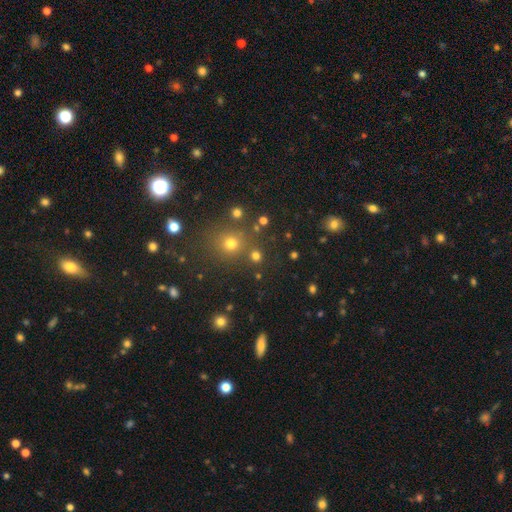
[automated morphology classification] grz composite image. It shows a smooth galaxy with no disk features (72%) that is round (90%). Merging: none (78%).